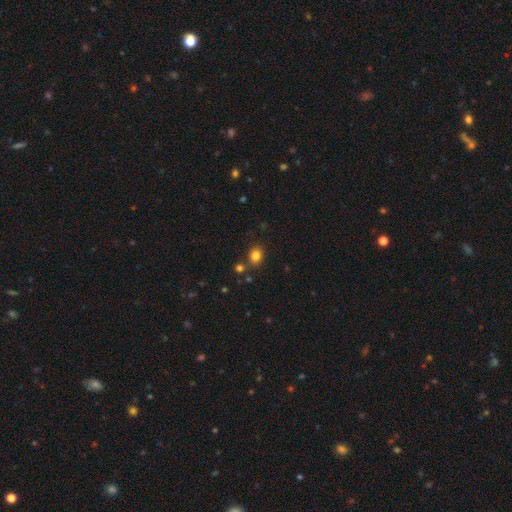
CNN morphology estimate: This appears to be a smooth galaxy with no disk features (81%) that is round (57%). Merging: none (76%).